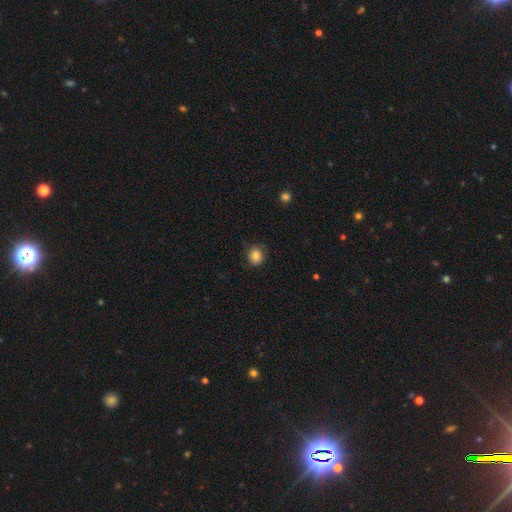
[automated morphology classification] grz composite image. It shows a smooth galaxy with no disk features (85%) that is round (86%). Merging: none (85%).